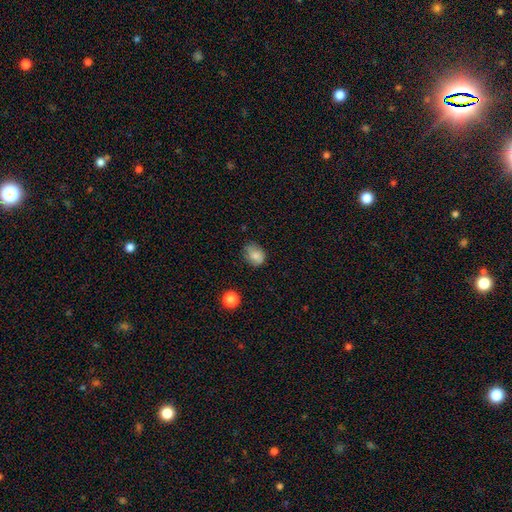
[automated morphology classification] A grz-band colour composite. It shows a smooth galaxy with no disk features (80%) that is in between round and cigar-shaped (50%). Merging: none (66%).